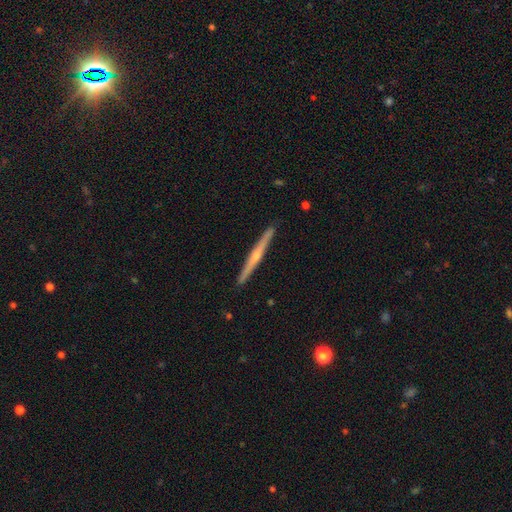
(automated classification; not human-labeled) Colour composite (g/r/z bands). It shows a featured or disk galaxy (72%) viewed edge-on (98%) with a rounded central bulge (72%). Merging: none (90%).